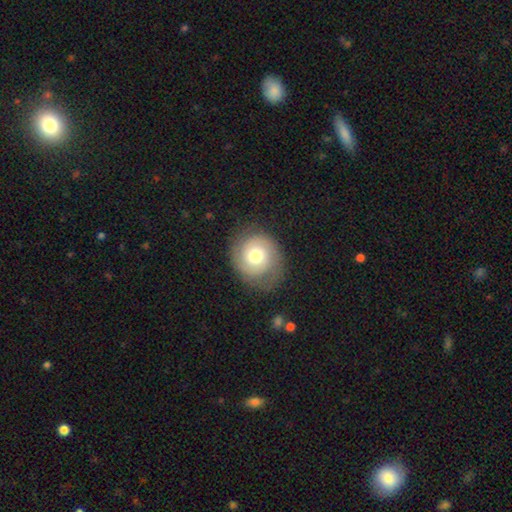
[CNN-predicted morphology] type=smooth (46%, tied with featured or disk); merging=none (70%).